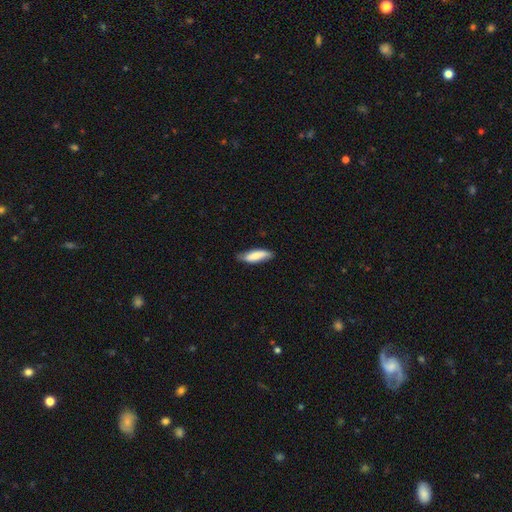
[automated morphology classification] smooth 75%, featured or disk 19%, star or artifact 6%. Down the decision tree: how rounded — cigar-shaped (52%); merging — none (73%).